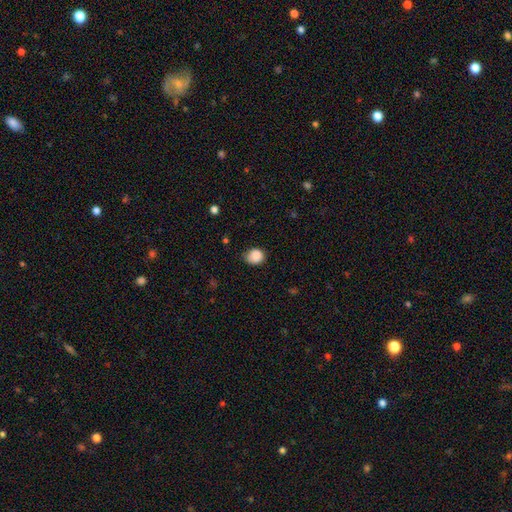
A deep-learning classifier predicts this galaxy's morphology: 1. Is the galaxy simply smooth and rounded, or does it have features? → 88% smooth, 9% star or artifact, 3% featured or disk.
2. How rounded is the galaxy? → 71% round, 29% in between, 1% cigar-shaped.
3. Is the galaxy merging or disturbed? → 71% none, 24% minor disturbance, 5% major disturbance, 1% merger.